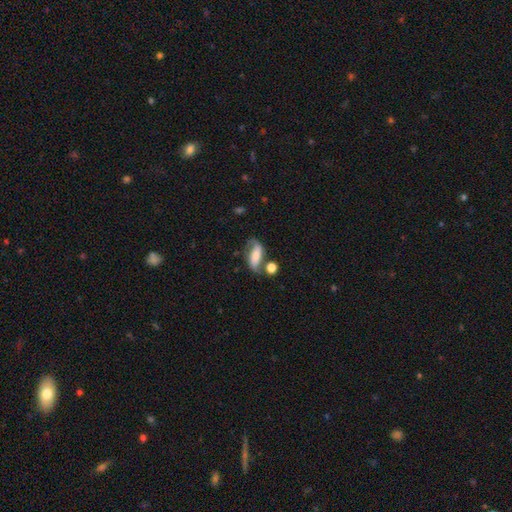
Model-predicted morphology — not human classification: Smooth or featured? Predicted: featured or disk (p=0.55). Edge-on disk? Predicted: no (p=0.92). Bar? Predicted: strong (p=0.35, tied with no). Spiral arms? Predicted: yes (p=0.86). Bulge size? Predicted: small (p=0.33). Merging? Predicted: none (p=0.49).